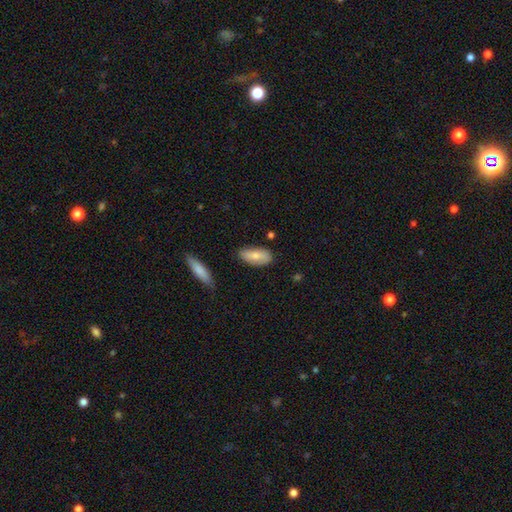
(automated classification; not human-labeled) A smooth galaxy with no disk features (76%) that is in between round and cigar-shaped (85%). Merging: none (75%).